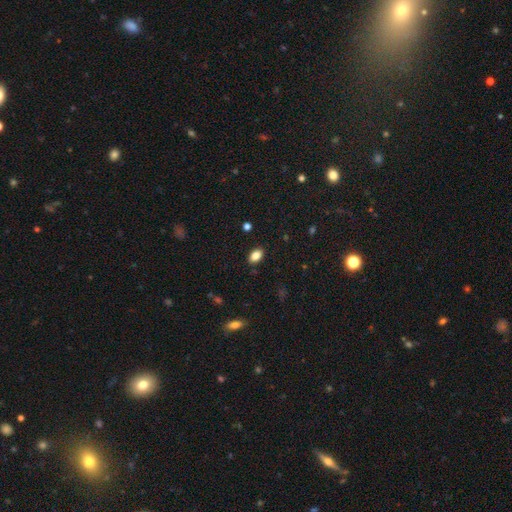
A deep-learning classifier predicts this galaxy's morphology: type=smooth (85%); roundness=in between (87%); merging=none (88%).